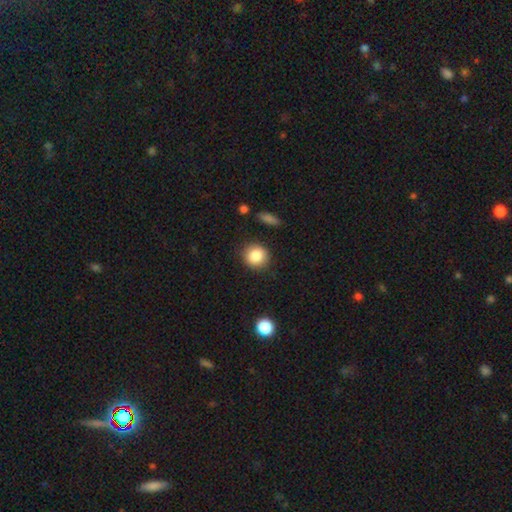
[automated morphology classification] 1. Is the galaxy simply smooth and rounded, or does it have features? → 86% smooth, 9% star or artifact, 6% featured or disk.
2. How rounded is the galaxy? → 86% round, 13% in between, 1% cigar-shaped.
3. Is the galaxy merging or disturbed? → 87% none, 9% minor disturbance, 2% major disturbance, 2% merger.